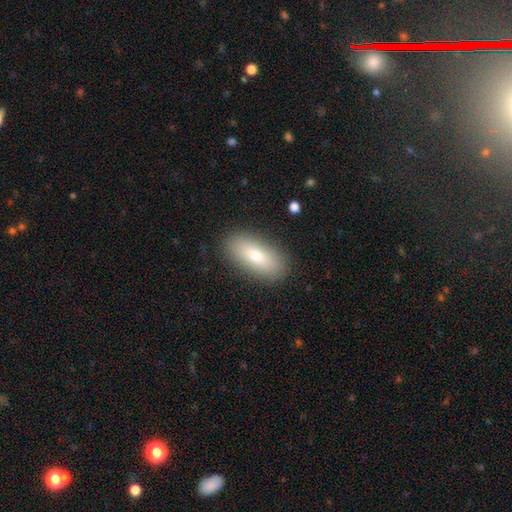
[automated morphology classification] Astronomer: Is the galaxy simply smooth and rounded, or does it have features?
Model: smooth — 77%.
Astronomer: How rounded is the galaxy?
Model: in between — 85%.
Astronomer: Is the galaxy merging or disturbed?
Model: none — 88%.